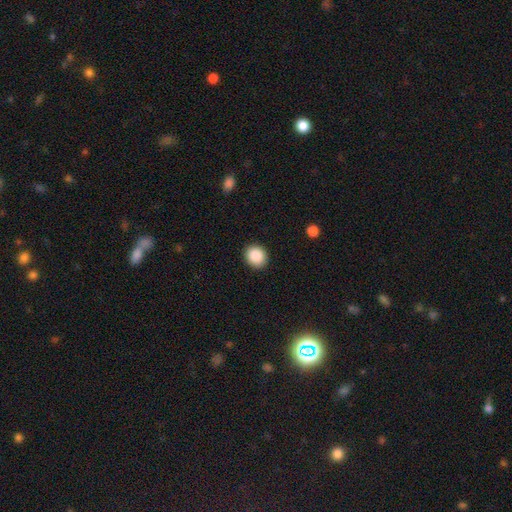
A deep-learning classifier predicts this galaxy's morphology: Smooth or featured? Predicted: smooth (p=0.89). How rounded? Predicted: round (p=0.70). Merging? Predicted: none (p=0.90).